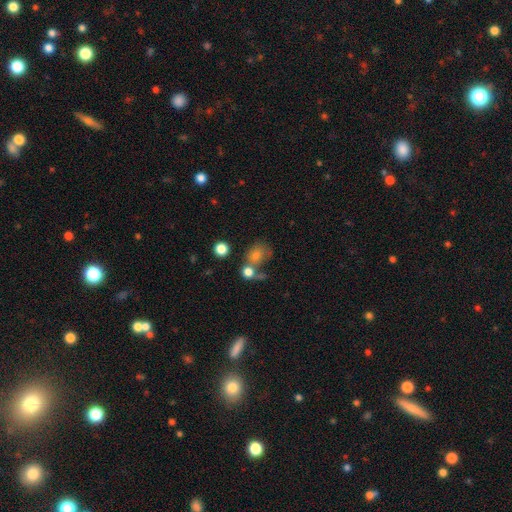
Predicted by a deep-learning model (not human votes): This appears to be a smooth galaxy with no disk features (65%) that is round (58%). Merging: none (43%).